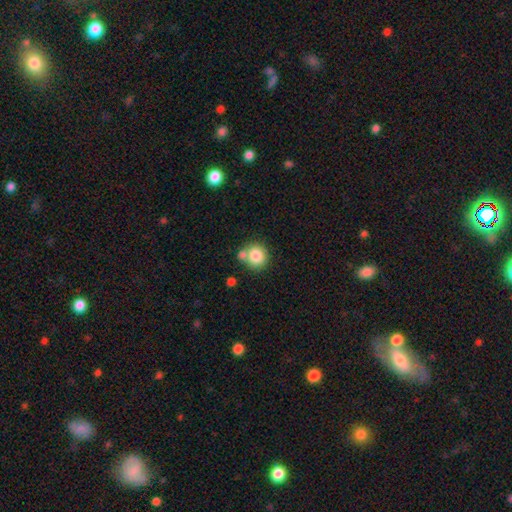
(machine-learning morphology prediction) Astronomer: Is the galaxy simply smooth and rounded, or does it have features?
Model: smooth — 82%.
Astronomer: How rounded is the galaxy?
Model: round — 86%.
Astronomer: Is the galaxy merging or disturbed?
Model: none — 60%.